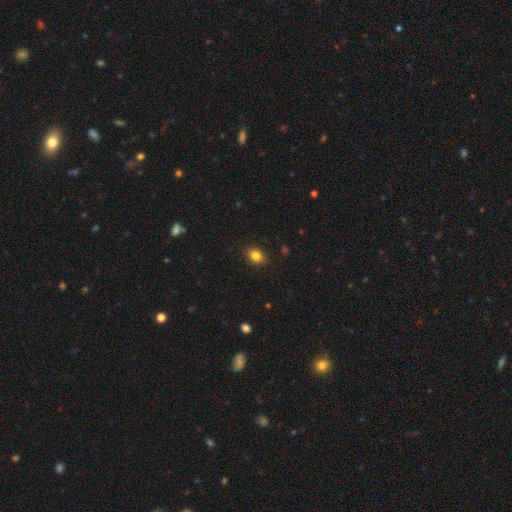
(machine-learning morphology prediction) Smooth or featured? smooth (84%)
How rounded? in between (58%)
Merging? none (88%)